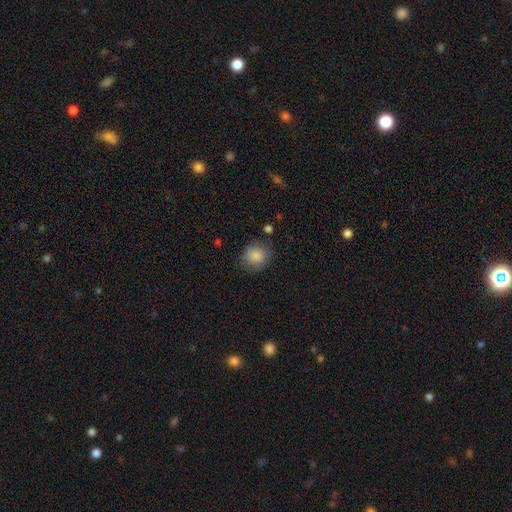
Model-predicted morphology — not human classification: The model was most divided on "merging": none: 82%, minor disturbance: 12%, major disturbance: 4%, merger: 2%. More confident: smooth or featured — smooth (87%); how rounded — round (85%).